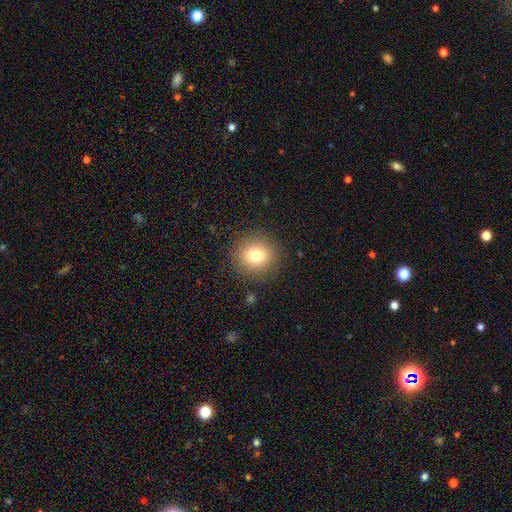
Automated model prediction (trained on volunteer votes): A smooth galaxy with no disk features (77%) that is round (92%). Merging: none (89%).